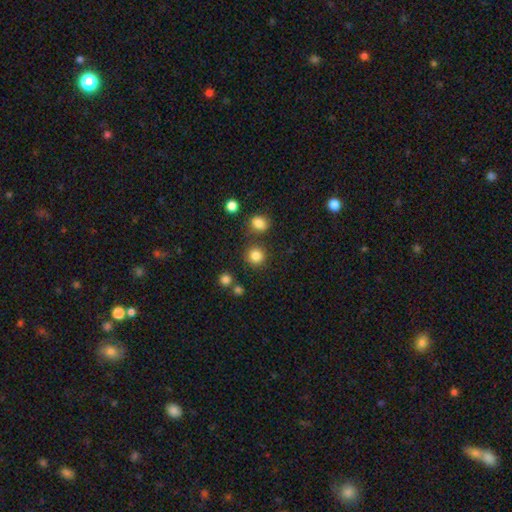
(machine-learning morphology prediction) smooth_or_featured: smooth (p=0.84) [alt: star or artifact p=0.12]
how_rounded: round (p=0.92) [alt: in between p=0.07]
merging: none (p=0.83) [alt: minor disturbance p=0.07]